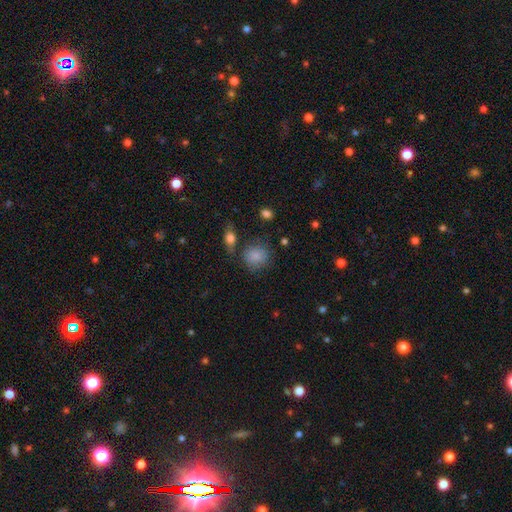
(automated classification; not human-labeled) A smooth galaxy with no disk features (84%) that is round (79%).

Vote fractions:
- Smooth or featured? smooth: 84% / star or artifact: 9% / featured or disk: 7%
- How rounded? round: 79% / in between: 20% / cigar-shaped: 1%
- Merging? none: 71% / minor disturbance: 18% / major disturbance: 6% / merger: 6%